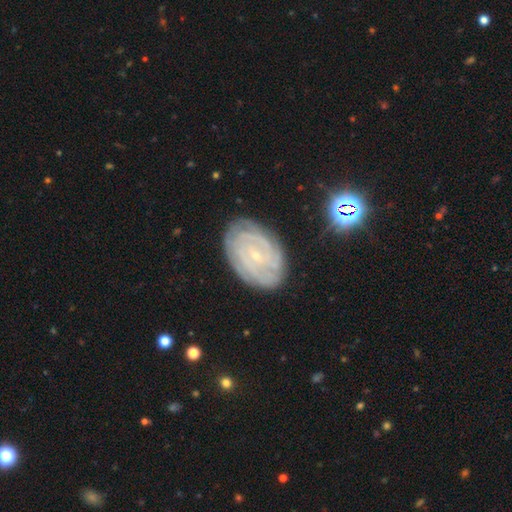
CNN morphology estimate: smooth_or_featured: featured or disk (p=0.84) [alt: smooth p=0.09]
disk_edge_on: no (p=0.97) [alt: yes p=0.03]
bar: no (p=0.56) [alt: weak p=0.33]
has_spiral_arms: yes (p=0.96) [alt: no p=0.04]
spiral_winding: tight (p=0.81) [alt: medium p=0.16]
spiral_arm_count: can't tell (p=0.32) [alt: 2 p=0.21]
bulge_size: small (p=0.87) [alt: moderate p=0.10]
merging: none (p=0.80) [alt: minor disturbance p=0.15]